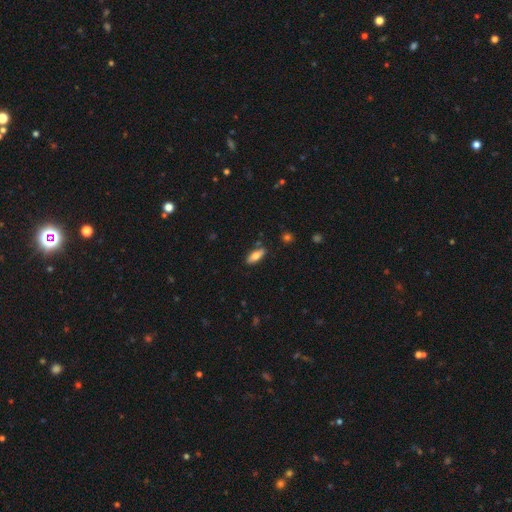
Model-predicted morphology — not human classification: The model was most divided on "how rounded": in between: 76%, cigar-shaped: 22%, round: 2%. More confident: merging — none (83%); smooth or featured — smooth (75%).